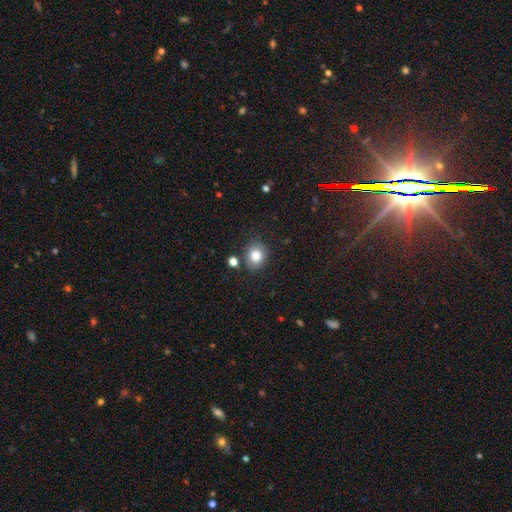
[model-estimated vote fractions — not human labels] smooth-or-featured: smooth: 82% | star or artifact: 10% | featured or disk: 8%
  how-rounded: round: 64% | in between: 35% | cigar-shaped: 1%
  merging: none: 80% | minor disturbance: 12% | merger: 5% | major disturbance: 3%